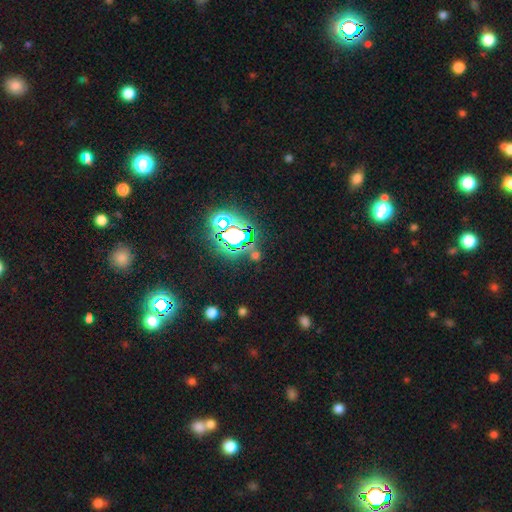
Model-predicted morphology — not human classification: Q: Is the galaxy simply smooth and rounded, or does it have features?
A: star or artifact — 76%.